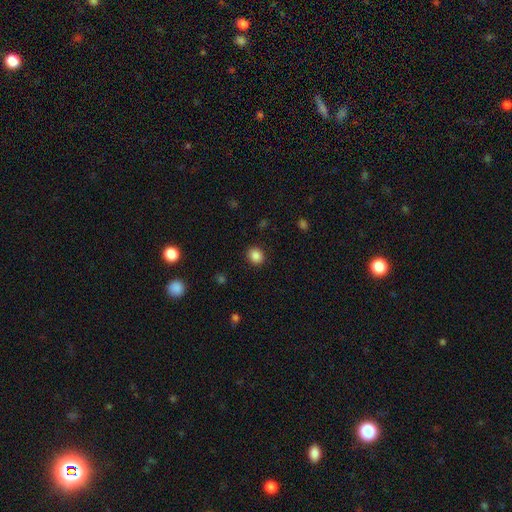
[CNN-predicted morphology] smooth 86%, star or artifact 10%, featured or disk 4%. Down the decision tree: how rounded — round (74%); merging — none (90%).